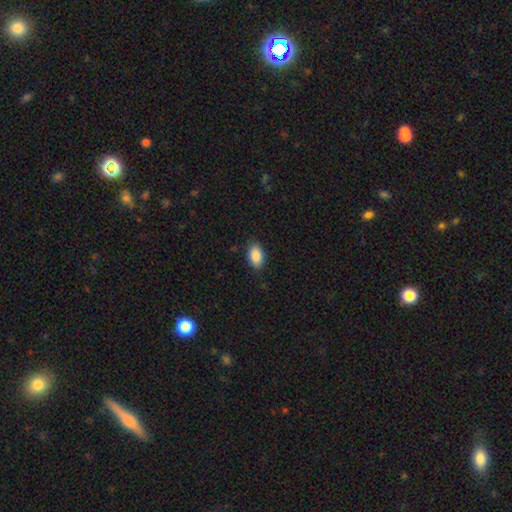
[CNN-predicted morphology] This appears to be a smooth galaxy with no disk features (89%) that is in between round and cigar-shaped (90%). Merging: none (87%).